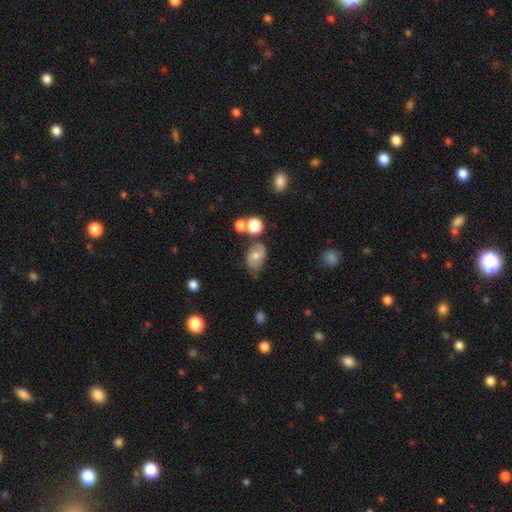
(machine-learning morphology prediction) smooth_or_featured: smooth (p=0.61) [alt: featured or disk p=0.28]
how_rounded: in between (p=0.77) [alt: round p=0.21]
merging: none (p=0.56) [alt: minor disturbance p=0.26]